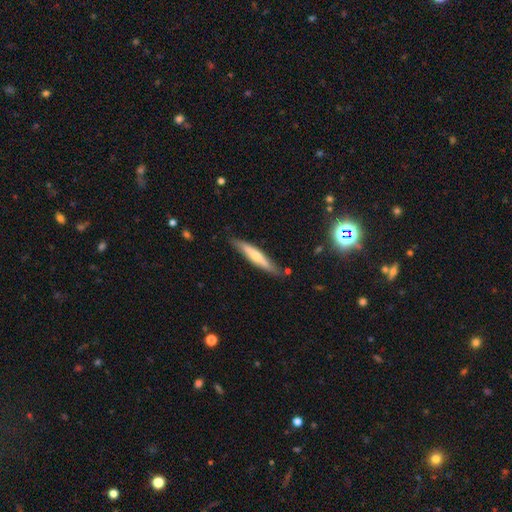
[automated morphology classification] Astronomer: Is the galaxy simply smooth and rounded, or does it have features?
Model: featured or disk — 48% (runner-up: smooth, 46%).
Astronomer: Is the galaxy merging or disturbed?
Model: none — 81%.